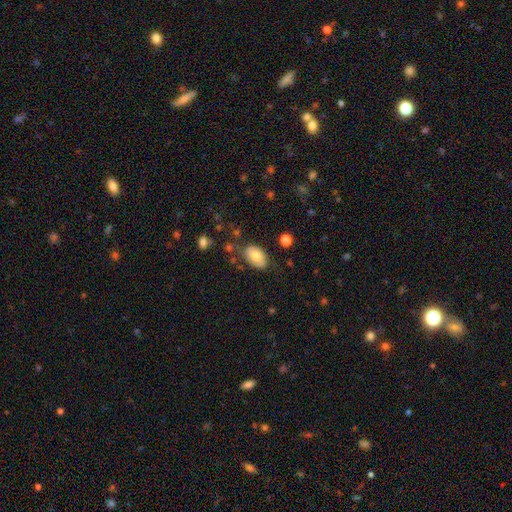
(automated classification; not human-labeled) smooth_or_featured: smooth (p=0.75) [alt: featured or disk p=0.18]
how_rounded: in between (p=0.90) [alt: round p=0.09]
merging: none (p=0.72) [alt: minor disturbance p=0.19]